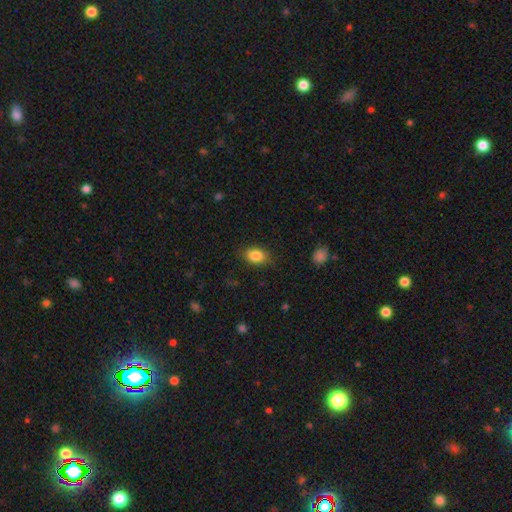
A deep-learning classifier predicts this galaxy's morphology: Smooth or featured?
  - smooth: 85% *
  - star or artifact: 8%
  - featured or disk: 6%
How rounded?
  - in between: 80% *
  - round: 19%
  - cigar-shaped: 2%
Merging?
  - none: 82% *
  - minor disturbance: 13%
  - major disturbance: 3%
  - merger: 1%